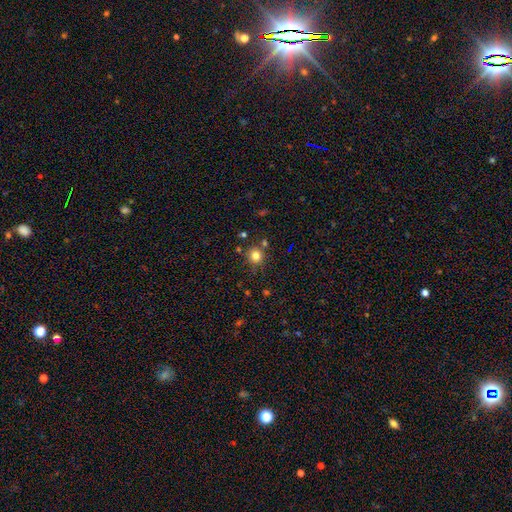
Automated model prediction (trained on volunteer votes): The model was most divided on "smooth or featured": smooth: 80%, star or artifact: 14%, featured or disk: 6%. More confident: how rounded — round (91%); merging — none (79%).